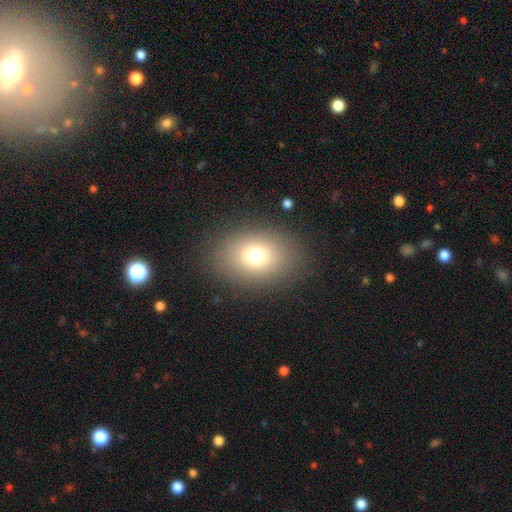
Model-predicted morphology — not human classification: A smooth galaxy with no disk features (74%) that is in between round and cigar-shaped (65%). Merging: none (85%).